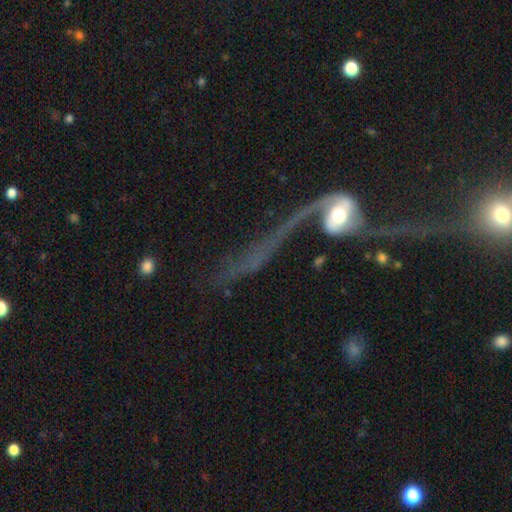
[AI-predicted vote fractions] This appears to be a featured or disk galaxy (69%) with no bar (59%), spiral arms (74%) and a moderate central bulge (41%). Merging: major disturbance (34%).